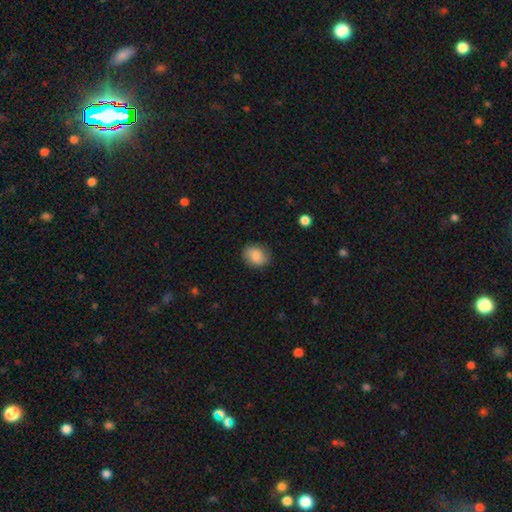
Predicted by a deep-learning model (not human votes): Smooth or featured? smooth (79%)
How rounded? round (51%)
Merging? none (80%)